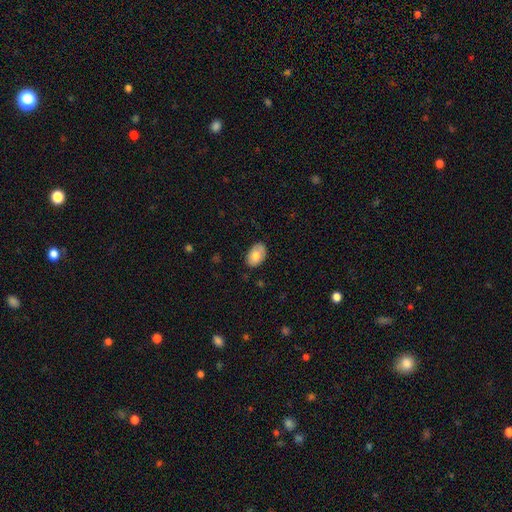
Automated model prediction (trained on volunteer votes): Overall: smooth (75%). How rounded: in between (88%). Merging: none (80%).